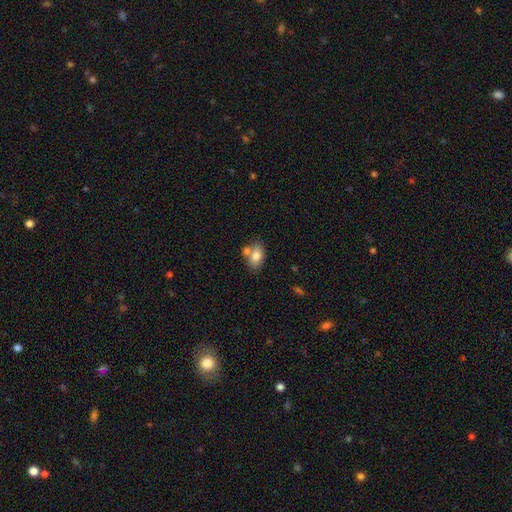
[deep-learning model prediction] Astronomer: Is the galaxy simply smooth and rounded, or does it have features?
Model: smooth — 78%.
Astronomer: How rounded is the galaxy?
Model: in between — 87%.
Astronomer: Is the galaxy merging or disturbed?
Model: none — 52% (runner-up: merger, 30%).